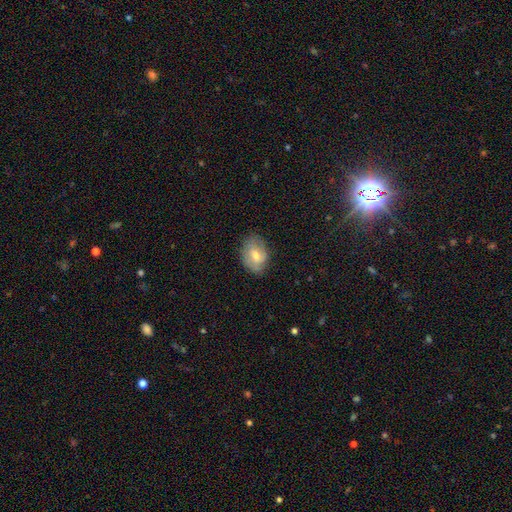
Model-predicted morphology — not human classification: Smooth or featured?
  - smooth: 53% *
  - featured or disk: 38%
  - star or artifact: 9%
How rounded?
  - in between: 77% *
  - round: 22%
  - cigar-shaped: 1%
Merging?
  - none: 74% *
  - minor disturbance: 20%
  - major disturbance: 4%
  - merger: 1%